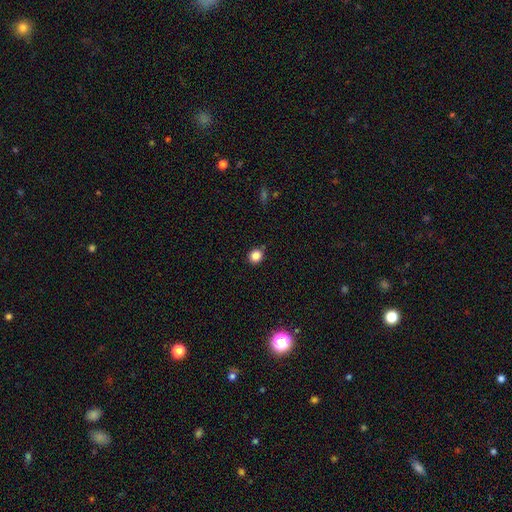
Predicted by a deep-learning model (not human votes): Smooth or featured? Predicted: smooth (p=0.85). How rounded? Predicted: round (p=0.84). Merging? Predicted: none (p=0.82).